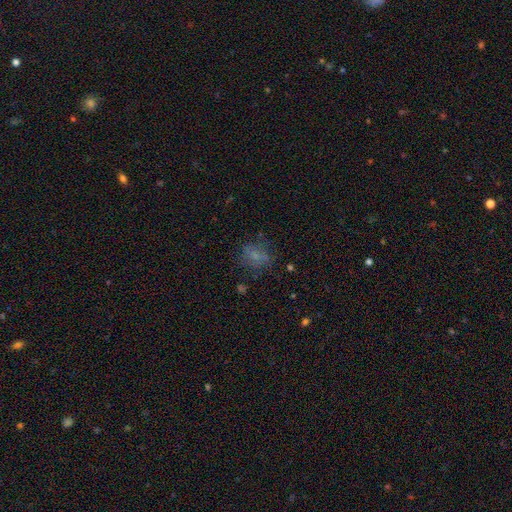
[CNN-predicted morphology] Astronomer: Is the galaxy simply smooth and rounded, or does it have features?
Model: smooth — 58%.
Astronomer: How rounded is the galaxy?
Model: round — 50% (runner-up: in between, 48%).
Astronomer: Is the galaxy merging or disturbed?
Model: none — 63%.